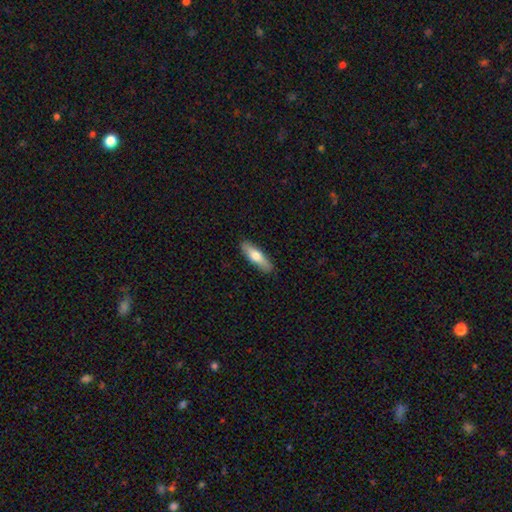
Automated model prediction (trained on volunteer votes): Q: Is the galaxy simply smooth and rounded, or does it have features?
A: smooth — 67%.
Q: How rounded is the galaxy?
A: cigar-shaped — 61%.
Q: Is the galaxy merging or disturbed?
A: none — 89%.